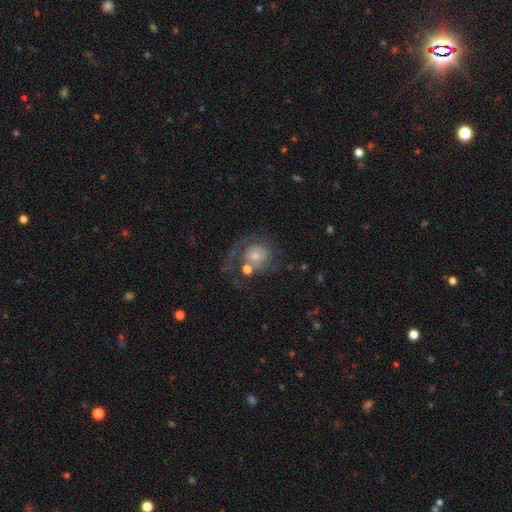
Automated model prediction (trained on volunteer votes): A featured or disk galaxy (61%) with no bar (79%), spiral arms (77%) and a small central bulge (49%). Merging: none (37%).